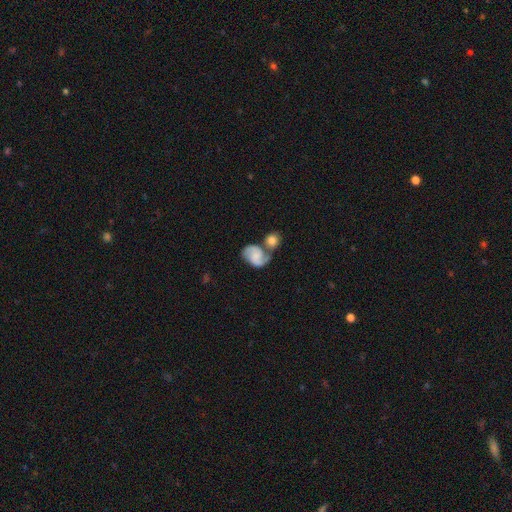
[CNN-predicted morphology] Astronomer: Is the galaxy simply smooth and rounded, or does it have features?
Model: featured or disk — 67%.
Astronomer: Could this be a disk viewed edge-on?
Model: no — 98%.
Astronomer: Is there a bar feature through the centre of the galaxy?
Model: no — 65%.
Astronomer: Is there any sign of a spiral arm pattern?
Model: yes — 91%.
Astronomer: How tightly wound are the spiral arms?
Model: medium — 46% (runner-up: loose, 34%).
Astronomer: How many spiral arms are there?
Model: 2 — 86%.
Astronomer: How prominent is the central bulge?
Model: small — 36% (runner-up: none, 35%).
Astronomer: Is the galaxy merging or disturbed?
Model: merger — 47% (runner-up: none, 30%).